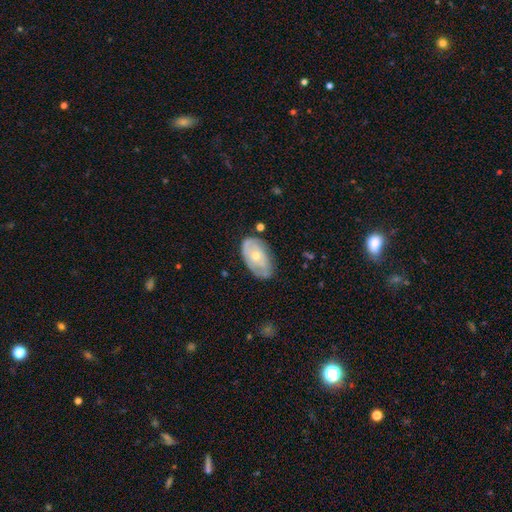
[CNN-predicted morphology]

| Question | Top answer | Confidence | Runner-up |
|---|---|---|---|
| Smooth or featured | featured or disk | 57% | smooth (37%) |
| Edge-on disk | no | 93% | yes (7%) |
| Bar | no | 81% | weak (16%) |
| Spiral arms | yes | 60% | no (40%) |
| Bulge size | small | 51% | moderate (45%) |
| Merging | none | 61% | minor disturbance (28%) |